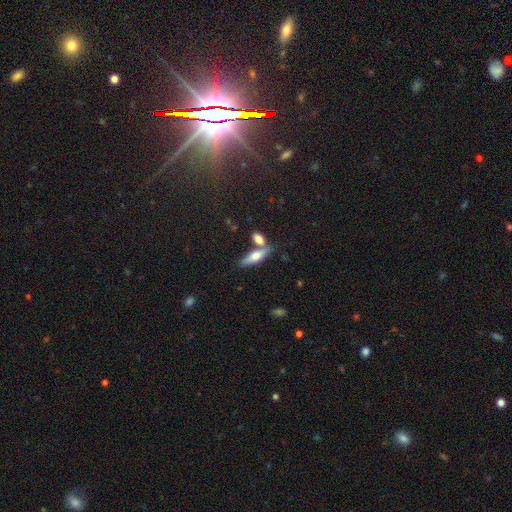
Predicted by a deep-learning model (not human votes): A smooth galaxy with no disk features (61%) that is cigar-shaped (52%). Merging: none (57%).